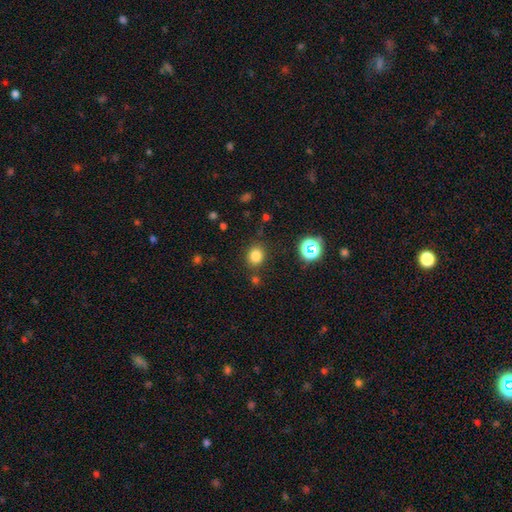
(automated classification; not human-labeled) This appears to be a smooth galaxy with no disk features (80%) that is round (71%). Merging: none (82%).